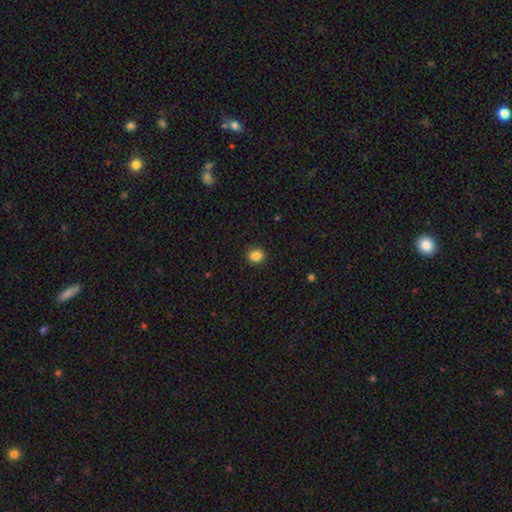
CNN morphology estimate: Smooth or featured: smooth — 86% (star or artifact — 11%)
How rounded: round — 76% (in between — 23%)
Merging: none — 92% (minor disturbance — 6%)